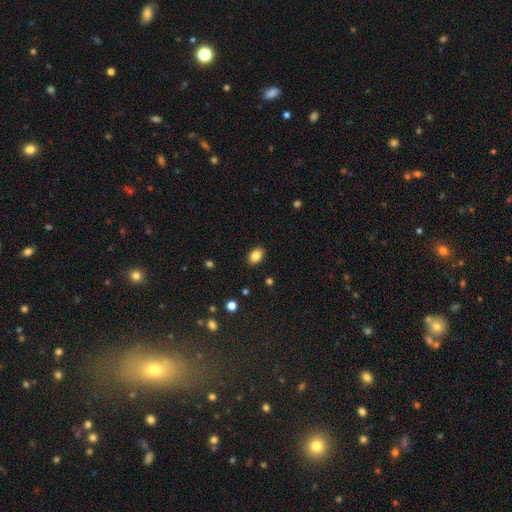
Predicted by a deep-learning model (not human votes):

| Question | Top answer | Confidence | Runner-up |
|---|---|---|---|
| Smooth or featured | smooth | 86% | star or artifact (9%) |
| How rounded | in between | 82% | round (17%) |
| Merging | none | 88% | minor disturbance (8%) |